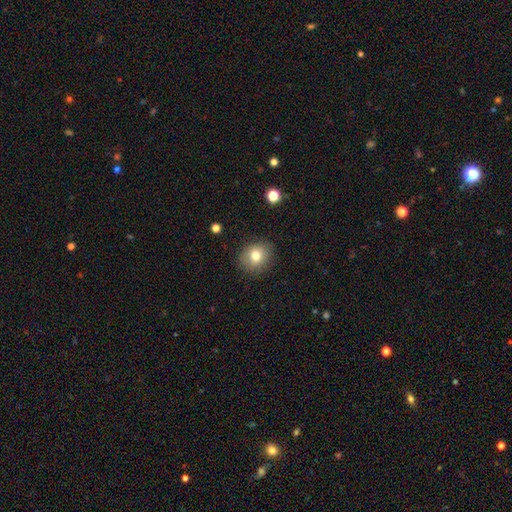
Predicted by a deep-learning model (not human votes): Smooth or featured: smooth — 78% (featured or disk — 11%)
How rounded: round — 71% (in between — 28%)
Merging: none — 86% (minor disturbance — 10%)